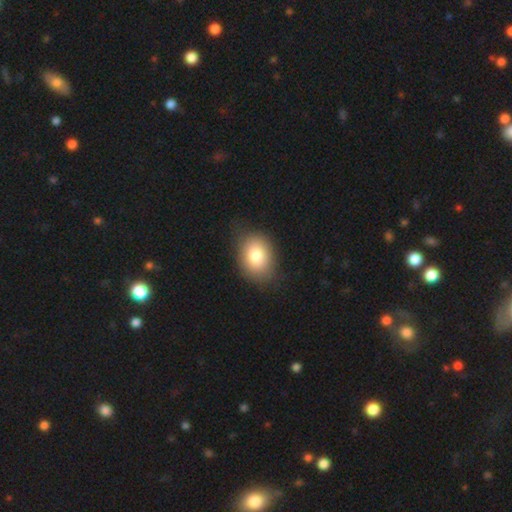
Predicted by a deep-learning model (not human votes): Q: Smooth or featured?
A: smooth (82%); runner-up: featured or disk (10%)
Q: How rounded?
A: in between (68%); runner-up: round (31%)
Q: Merging?
A: none (77%); runner-up: minor disturbance (17%)